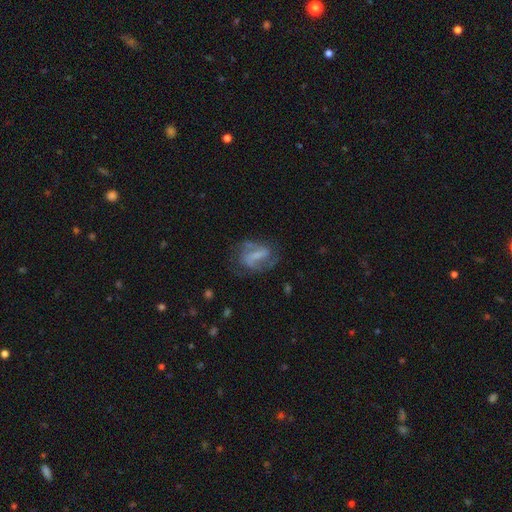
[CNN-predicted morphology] Smooth or featured: featured or disk — 70% (smooth — 22%)
Edge-on disk: no — 95% (yes — 5%)
Bar: strong — 49% (weak — 35%)
Spiral arms: yes — 82% (no — 18%)
Spiral winding: medium — 46% (loose — 31%)
Spiral arm count: 2 — 78% (can't tell — 12%)
Bulge size: none — 44% (small — 29%)
Merging: none — 60% (minor disturbance — 21%)